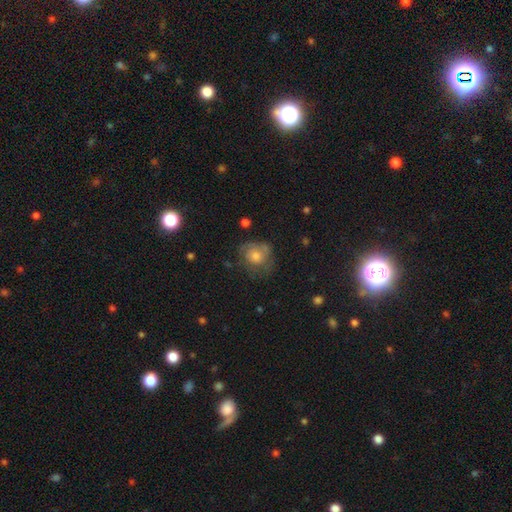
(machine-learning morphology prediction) The model was most divided on "merging": none: 53%, minor disturbance: 26%, major disturbance: 19%, merger: 3%. More confident: how rounded — round (74%); smooth or featured — smooth (58%).